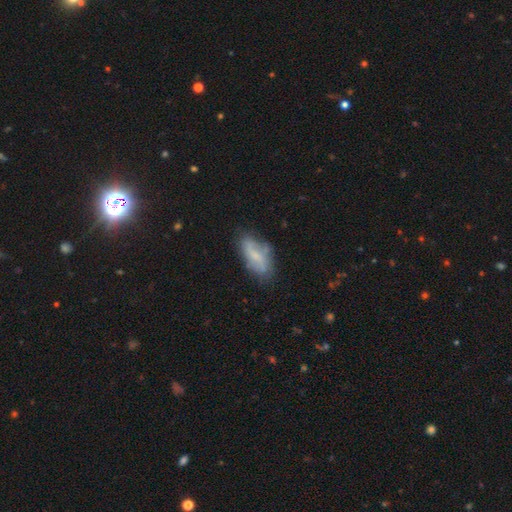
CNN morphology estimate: smooth_or_featured: smooth (p=0.46) [tied with: featured or disk p=0.46]
merging: none (p=0.62) [alt: minor disturbance p=0.25]